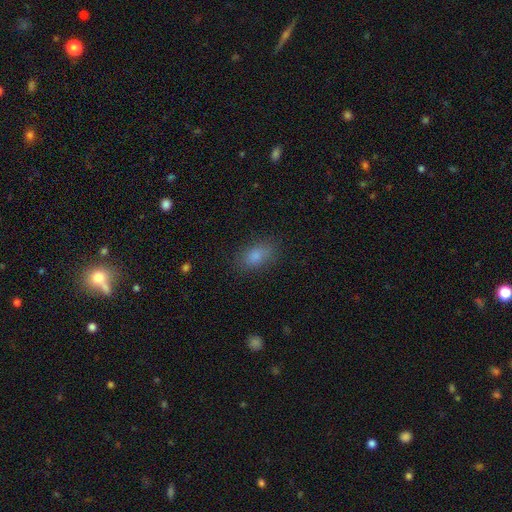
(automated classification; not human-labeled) Smooth or featured: smooth — 82% (star or artifact — 10%)
How rounded: in between — 86% (round — 10%)
Merging: none — 80% (minor disturbance — 14%)